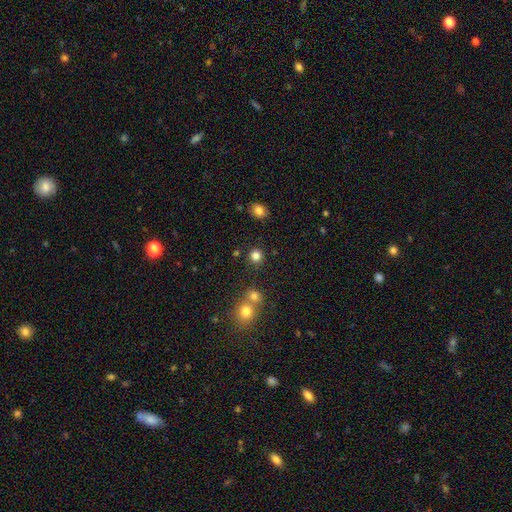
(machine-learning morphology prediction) A smooth galaxy with no disk features (82%) that is round (92%).

Vote fractions:
- Smooth or featured? smooth: 82% / star or artifact: 14% / featured or disk: 4%
- How rounded? round: 92% / in between: 7% / cigar-shaped: 1%
- Merging? none: 85% / minor disturbance: 6% / merger: 6% / major disturbance: 2%